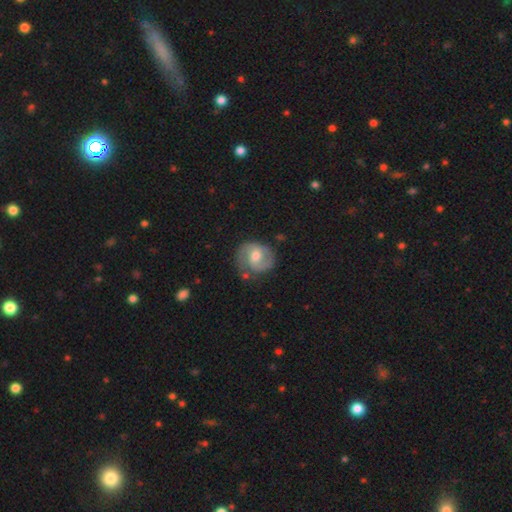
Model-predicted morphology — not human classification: smooth-or-featured: featured or disk: 68% | smooth: 26% | star or artifact: 6%
  disk-edge-on: no: 98% | yes: 2%
    bar: no: 49% | weak: 42% | strong: 8%
    has-spiral-arms: yes: 88% | no: 12%
      spiral-winding: medium: 48% | tight: 34% | loose: 18%
      spiral-arm-count: 2: 78% | can't tell: 9% | 1: 9% | 3: 2% | 4: 1% | more than 4: 1%
    bulge-size: moderate: 70% | small: 20% | large: 7% | none: 2% | dominant: 1%
  merging: none: 68% | minor disturbance: 21% | major disturbance: 8% | merger: 3%